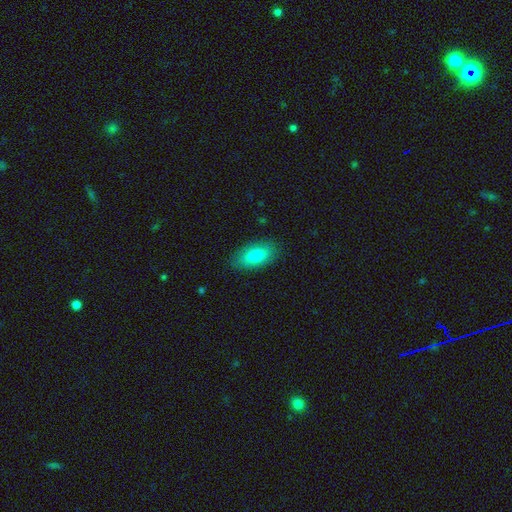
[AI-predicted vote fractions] The model was most divided on "smooth or featured": smooth: 80%, featured or disk: 13%, star or artifact: 7%. More confident: how rounded — in between (88%); merging — none (86%).